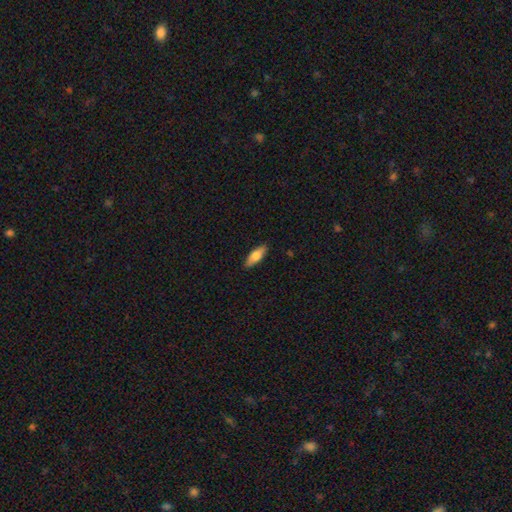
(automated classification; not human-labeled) smooth-or-featured: smooth: 76% | featured or disk: 18% | star or artifact: 6%
  how-rounded: in between: 68% | cigar-shaped: 29% | round: 2%
  merging: none: 88% | minor disturbance: 9% | major disturbance: 2% | merger: 1%